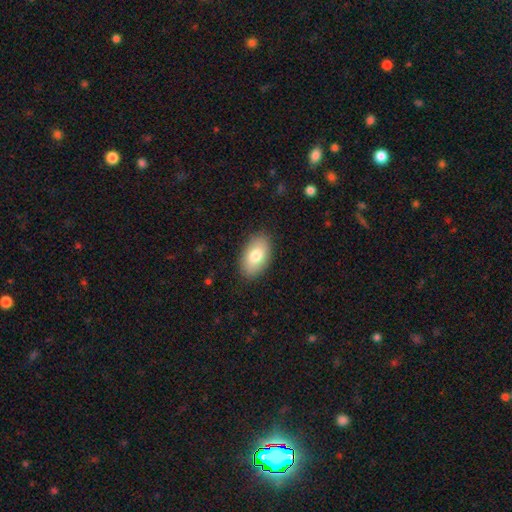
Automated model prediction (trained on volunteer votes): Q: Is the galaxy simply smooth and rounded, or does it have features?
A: smooth — 79%.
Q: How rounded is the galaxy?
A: in between — 94%.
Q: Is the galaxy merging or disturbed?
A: none — 87%.